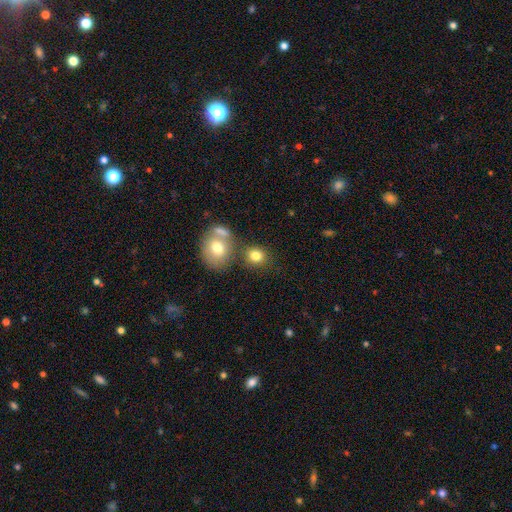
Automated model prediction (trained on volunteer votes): Smooth or featured? smooth (79%)
How rounded? round (77%)
Merging? none (65%)